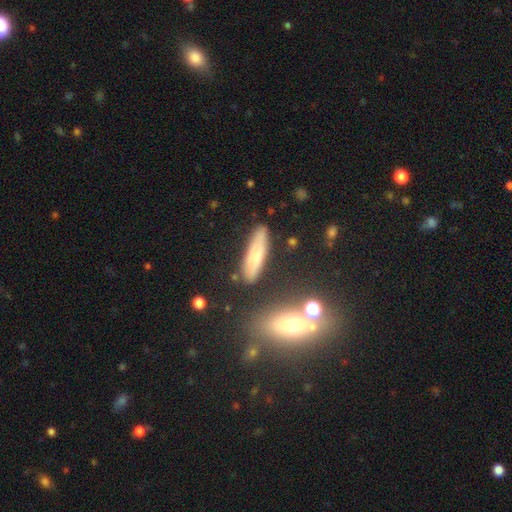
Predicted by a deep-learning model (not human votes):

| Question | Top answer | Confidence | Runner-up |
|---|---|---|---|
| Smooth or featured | smooth | 67% | featured or disk (25%) |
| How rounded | cigar-shaped | 70% | in between (28%) |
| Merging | none | 79% | minor disturbance (14%) |